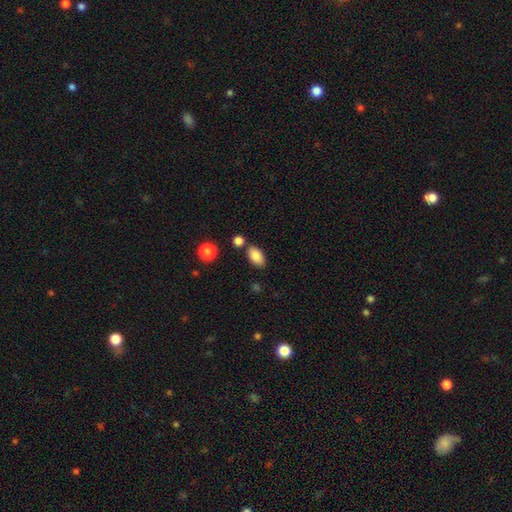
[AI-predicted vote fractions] Morphology: type=smooth (85%); roundness=in between (92%); merging=none (78%).